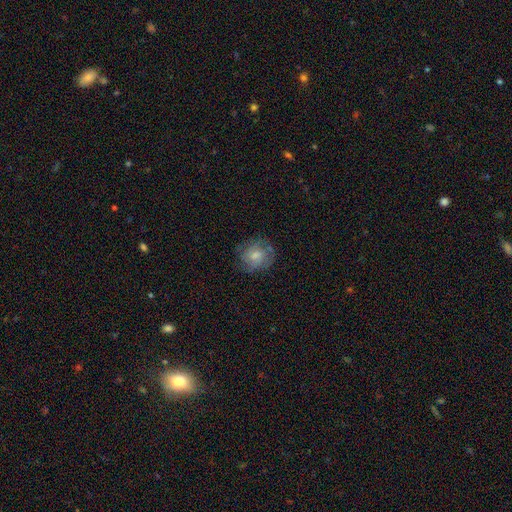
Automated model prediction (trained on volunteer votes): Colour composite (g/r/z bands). It shows a smooth galaxy with no disk features (55%) that is round (71%). Merging: none (70%).